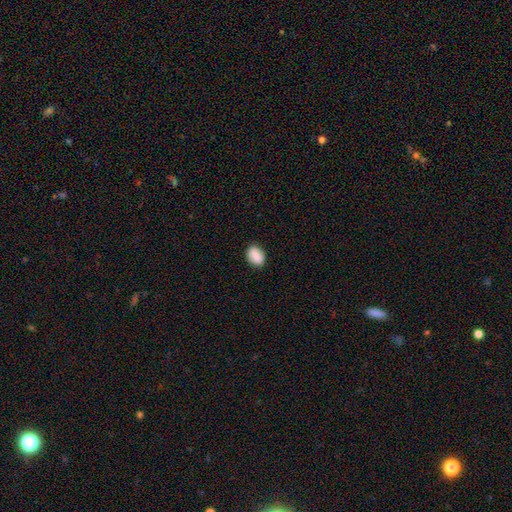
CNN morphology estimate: A smooth galaxy with no disk features (88%) that is in between round and cigar-shaped (81%).

Vote fractions:
- Smooth or featured? smooth: 88% / star or artifact: 7% / featured or disk: 4%
- How rounded? in between: 81% / round: 17% / cigar-shaped: 1%
- Merging? none: 86% / minor disturbance: 10% / major disturbance: 2% / merger: 1%